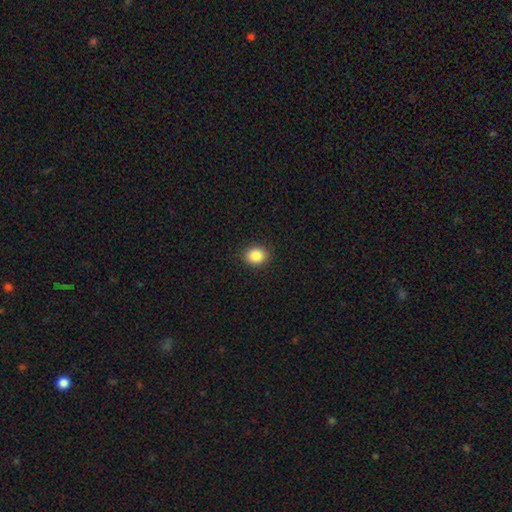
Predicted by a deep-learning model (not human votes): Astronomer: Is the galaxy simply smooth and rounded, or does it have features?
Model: smooth — 86%.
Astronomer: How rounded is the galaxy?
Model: round — 62% (runner-up: in between, 37%).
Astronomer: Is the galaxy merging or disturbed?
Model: none — 90%.